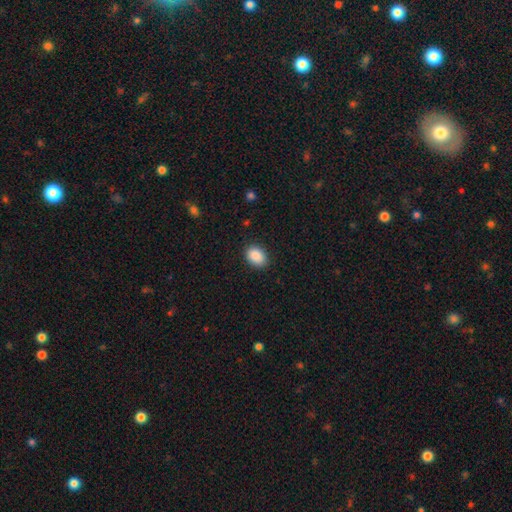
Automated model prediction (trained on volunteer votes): smooth_or_featured: smooth (p=0.90) [alt: star or artifact p=0.07]
how_rounded: in between (p=0.75) [alt: round p=0.24]
merging: none (p=0.87) [alt: minor disturbance p=0.10]